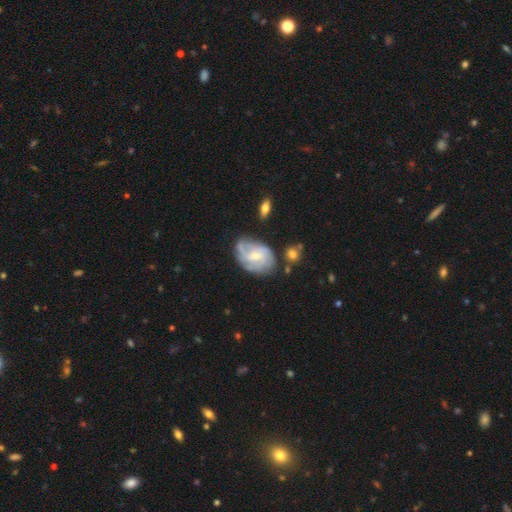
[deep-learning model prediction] A featured or disk galaxy (68%) with no bar (48%), tight (39%) spiral arms (77%) and a small central bulge (52%). Merging: none (54%).